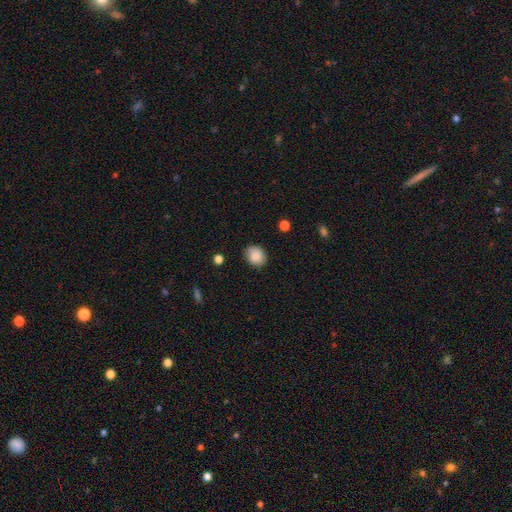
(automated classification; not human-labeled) Smooth or featured? smooth (84%)
How rounded? round (57%)
Merging? none (78%)